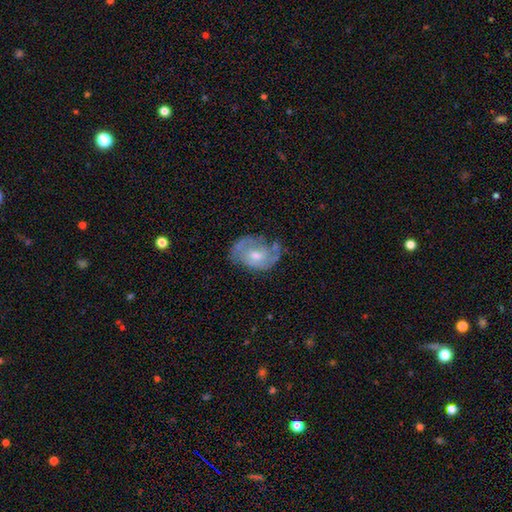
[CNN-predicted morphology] featured or disk 75%, smooth 18%, star or artifact 7%. Down the decision tree: edge-on disk — no (97%); bar — no (63%); spiral arms — yes (83%); spiral arm count — 2 (57%); spiral winding — tight (44%); bulge size — moderate (56%); merging — none (57%).